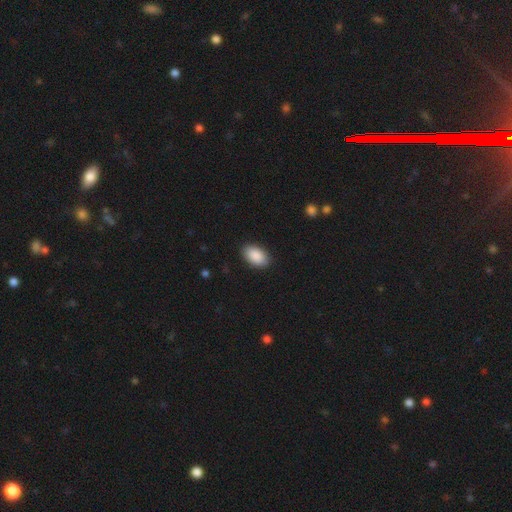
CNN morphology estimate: Smooth or featured: smooth — 90% (star or artifact — 6%)
How rounded: in between — 93% (round — 5%)
Merging: none — 89% (minor disturbance — 8%)